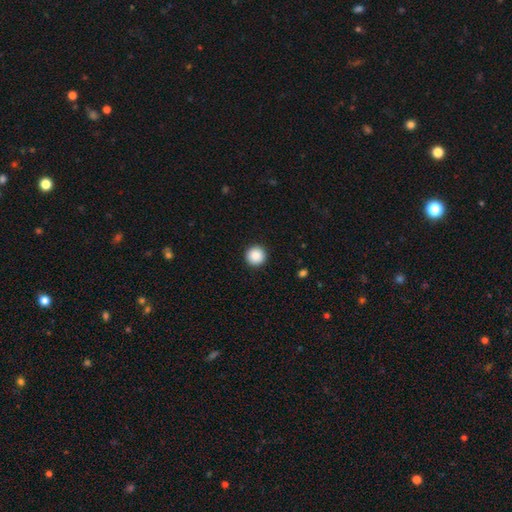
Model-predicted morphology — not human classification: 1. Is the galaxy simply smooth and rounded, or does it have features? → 88% smooth, 8% star or artifact, 3% featured or disk.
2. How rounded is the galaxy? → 96% round, 3% in between, 1% cigar-shaped.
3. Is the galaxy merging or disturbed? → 93% none, 4% minor disturbance, 2% major disturbance, 1% merger.